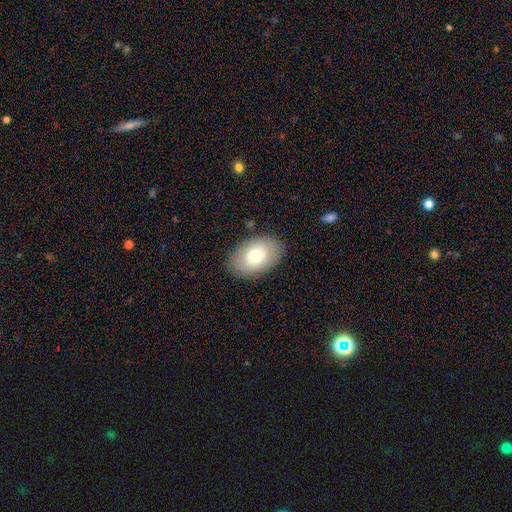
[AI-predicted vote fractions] A smooth galaxy with no disk features (77%) that is in between round and cigar-shaped (90%).

Vote fractions:
- Smooth or featured? smooth: 77% / featured or disk: 16% / star or artifact: 7%
- How rounded? in between: 90% / round: 9% / cigar-shaped: 1%
- Merging? none: 87% / minor disturbance: 10% / major disturbance: 3% / merger: 1%